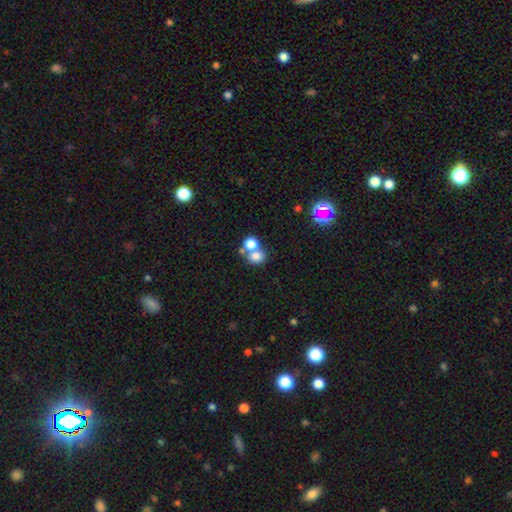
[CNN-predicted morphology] This appears to be a smooth galaxy with no disk features (75%) that is round (60%). Merging: merger (44%).